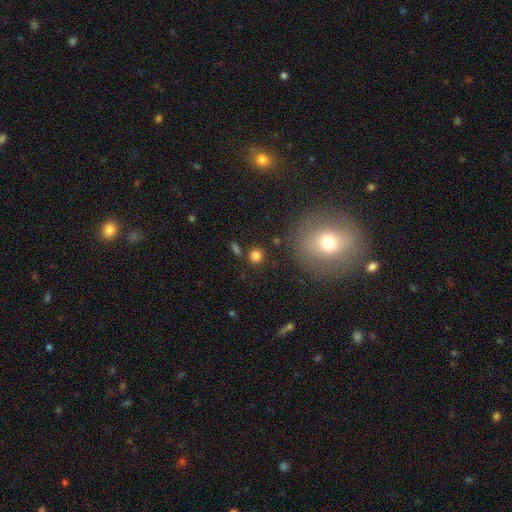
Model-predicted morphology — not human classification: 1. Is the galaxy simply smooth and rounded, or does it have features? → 81% smooth, 14% star or artifact, 5% featured or disk.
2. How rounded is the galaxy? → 90% round, 9% in between, 1% cigar-shaped.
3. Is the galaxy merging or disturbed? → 84% none, 7% minor disturbance, 6% merger, 3% major disturbance.